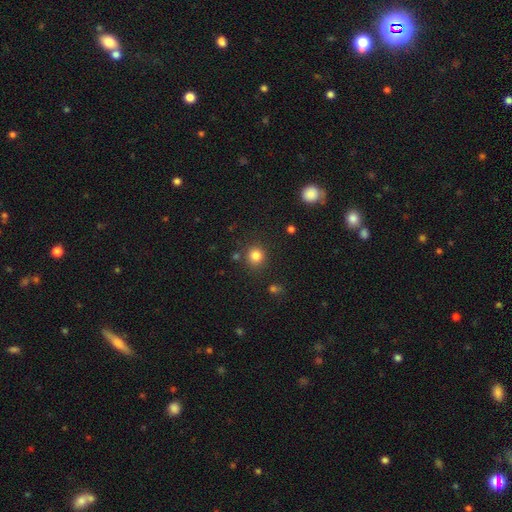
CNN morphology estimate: smooth 82%, star or artifact 13%, featured or disk 5%. Down the decision tree: how rounded — round (90%); merging — none (85%).